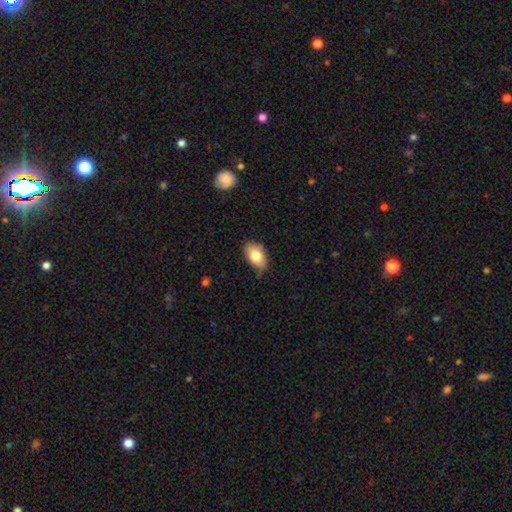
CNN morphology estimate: Smooth or featured?
  - smooth: 80% *
  - featured or disk: 13%
  - star or artifact: 7%
How rounded?
  - in between: 91% *
  - round: 8%
  - cigar-shaped: 2%
Merging?
  - none: 73% *
  - minor disturbance: 22%
  - major disturbance: 3%
  - merger: 2%